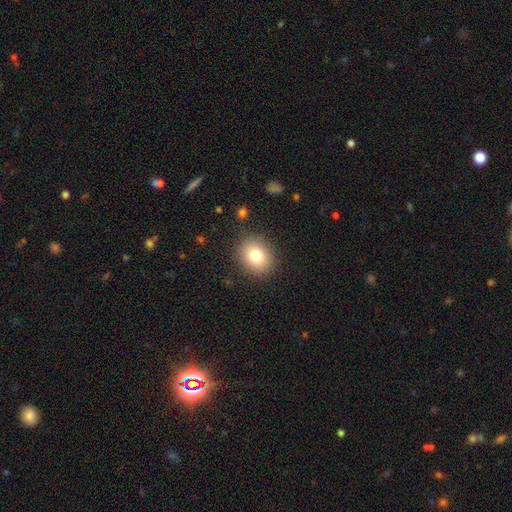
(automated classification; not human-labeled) Smooth or featured: smooth — 81% (star or artifact — 10%)
How rounded: round — 63% (in between — 37%)
Merging: none — 87% (minor disturbance — 9%)